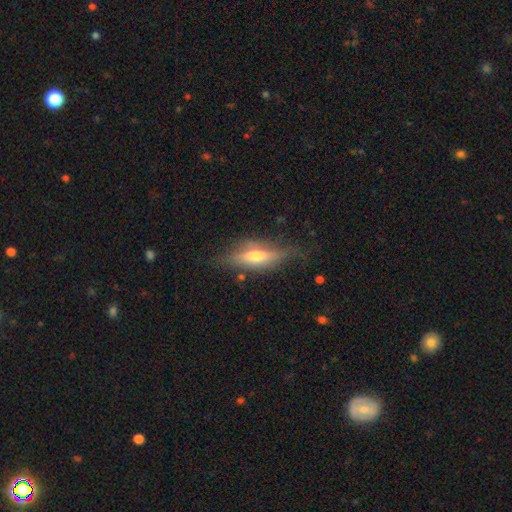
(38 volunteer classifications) Morphology: type=featured or disk (55%); edge-on=yes (95%); edge-on bulge=rounded (85%); merging=none (68%).